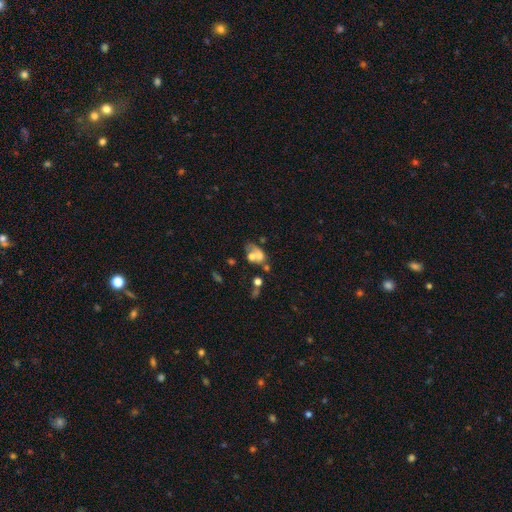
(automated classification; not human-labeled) The model was most divided on "smooth or featured": smooth: 50%, featured or disk: 36%, star or artifact: 14%. More confident: how rounded — in between (66%); merging — merger (54%).